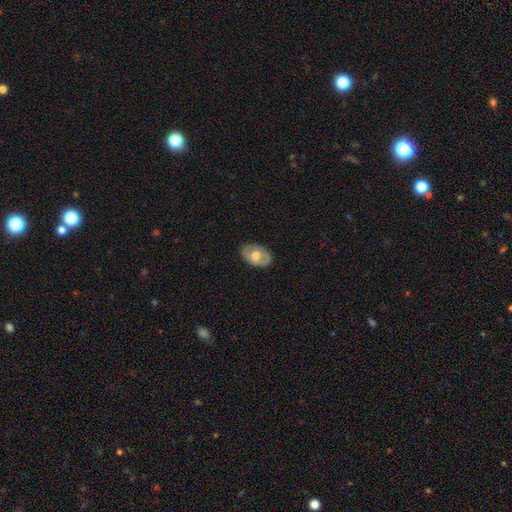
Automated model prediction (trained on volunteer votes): A smooth galaxy with no disk features (52%) that is in between round and cigar-shaped (85%).

Vote fractions:
- Smooth or featured? smooth: 52% / featured or disk: 42% / star or artifact: 6%
- How rounded? in between: 85% / round: 14% / cigar-shaped: 1%
- Merging? none: 82% / minor disturbance: 14% / major disturbance: 3% / merger: 1%